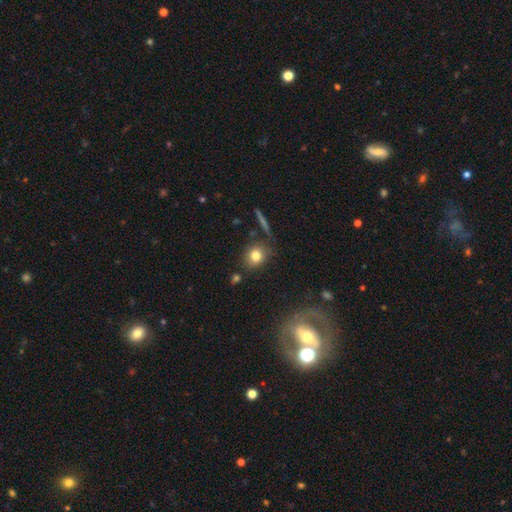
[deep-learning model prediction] A smooth galaxy with no disk features (80%) that is round (69%). Merging: none (77%).